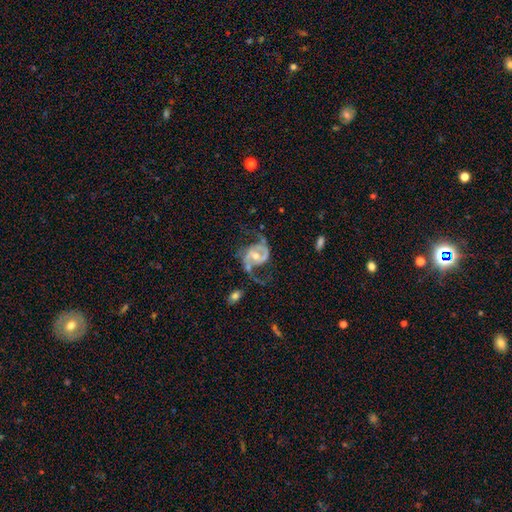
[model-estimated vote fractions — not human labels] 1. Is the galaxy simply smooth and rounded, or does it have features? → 89% featured or disk, 6% smooth, 5% star or artifact.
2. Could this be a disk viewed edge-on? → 98% no, 2% yes.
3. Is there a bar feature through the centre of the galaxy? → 41% weak, 39% no, 19% strong.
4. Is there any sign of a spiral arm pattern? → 95% yes, 5% no.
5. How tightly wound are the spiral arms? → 46% medium, 41% loose, 13% tight.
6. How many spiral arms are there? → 90% 2, 4% 1, 3% can't tell, 2% 3, 1% 4, 1% more than 4.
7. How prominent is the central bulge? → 64% moderate, 29% small, 4% large, 2% none, 1% dominant.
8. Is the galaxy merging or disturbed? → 54% none, 21% major disturbance, 20% minor disturbance, 5% merger.